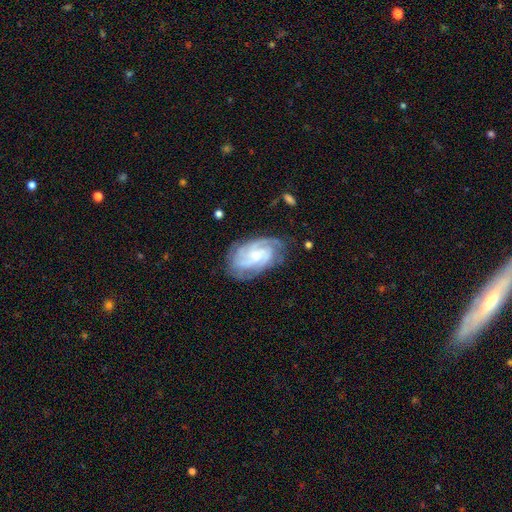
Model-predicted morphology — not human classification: Overall: featured or disk (85%). Edge-on disk: no (97%). Bar: no (58%; weak 36%). Spiral arms: yes (97%). Spiral arm count: 3 (34%; can't tell 22%). Spiral winding: tight (56%; medium 36%). Bulge size: small (53%; moderate 39%). Merging: none (72%).